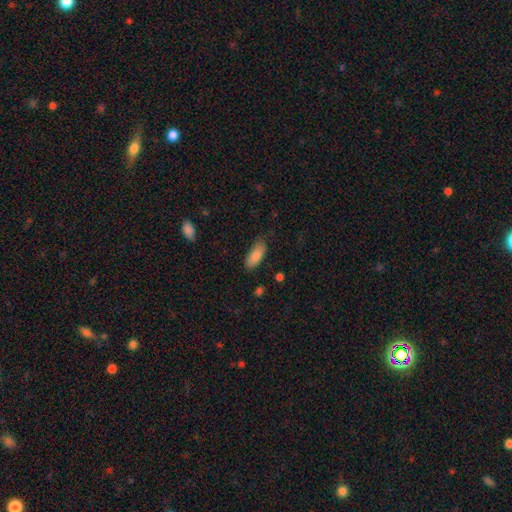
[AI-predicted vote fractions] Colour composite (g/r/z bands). It shows a smooth galaxy with no disk features (87%) that is in between round and cigar-shaped (81%). Merging: none (80%).